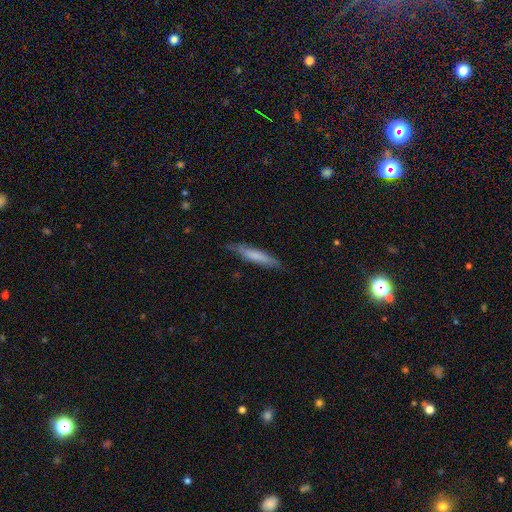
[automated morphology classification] Overall: smooth (62%; featured or disk 32%). How rounded: cigar-shaped (89%). Merging: none (78%).